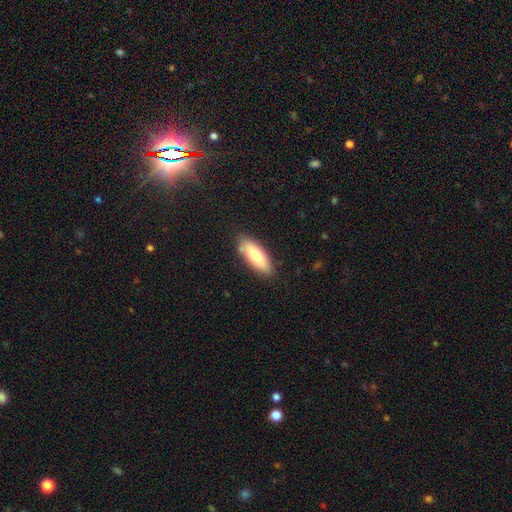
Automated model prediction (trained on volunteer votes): The model was most divided on "how rounded": in between: 65%, cigar-shaped: 34%, round: 2%. More confident: merging — none (81%); smooth or featured — smooth (80%).